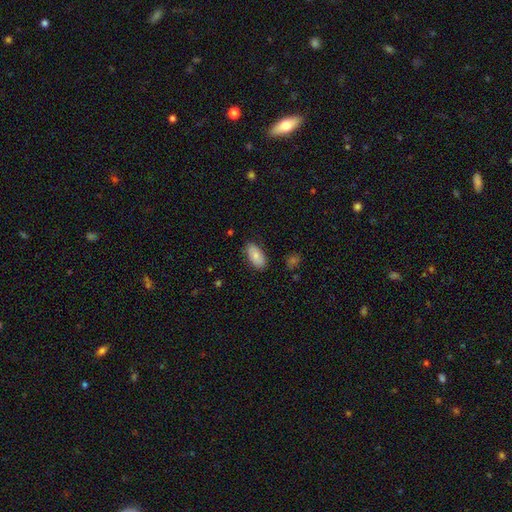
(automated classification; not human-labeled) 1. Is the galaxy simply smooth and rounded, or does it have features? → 81% smooth, 13% featured or disk, 6% star or artifact.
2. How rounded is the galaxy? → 93% in between, 4% cigar-shaped, 2% round.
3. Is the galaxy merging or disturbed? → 82% none, 13% minor disturbance, 3% major disturbance, 1% merger.